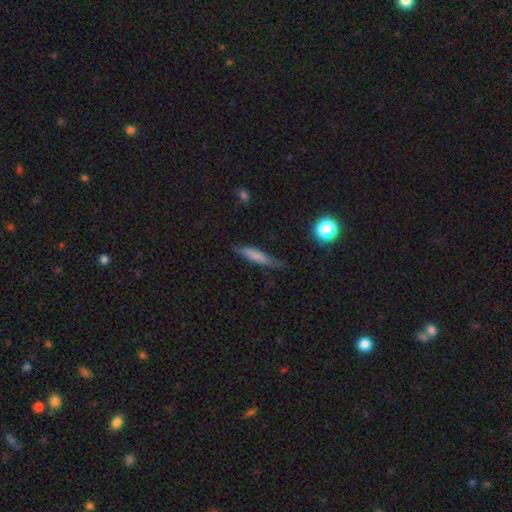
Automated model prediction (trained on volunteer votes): Smooth or featured?
  - smooth: 71% *
  - featured or disk: 21%
  - star or artifact: 8%
How rounded?
  - cigar-shaped: 82% *
  - in between: 15%
  - round: 2%
Merging?
  - none: 71% *
  - minor disturbance: 22%
  - major disturbance: 4%
  - merger: 2%